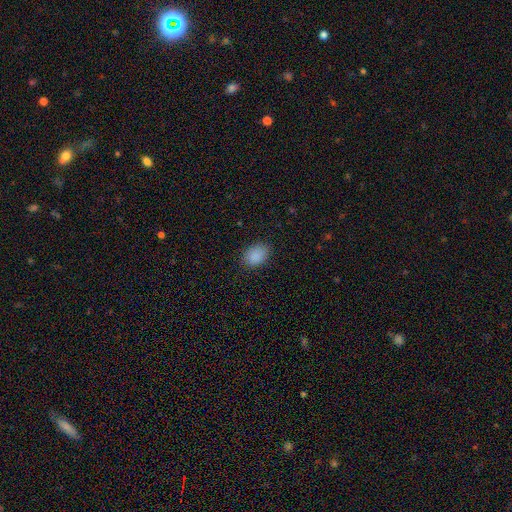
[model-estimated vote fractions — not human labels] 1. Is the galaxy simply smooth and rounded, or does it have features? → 88% smooth, 9% star or artifact, 3% featured or disk.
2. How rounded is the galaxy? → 76% in between, 23% round, 1% cigar-shaped.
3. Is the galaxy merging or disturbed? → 85% none, 11% minor disturbance, 3% major disturbance, 1% merger.